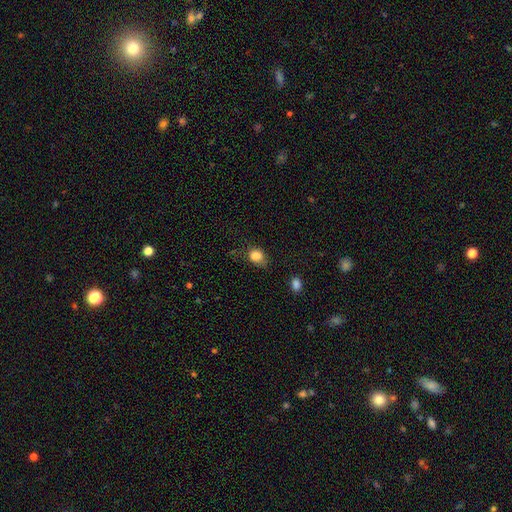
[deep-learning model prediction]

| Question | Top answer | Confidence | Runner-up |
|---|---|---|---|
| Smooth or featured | smooth | 84% | star or artifact (11%) |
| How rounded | round | 53% | in between (46%) |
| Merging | none | 54% | minor disturbance (31%) |